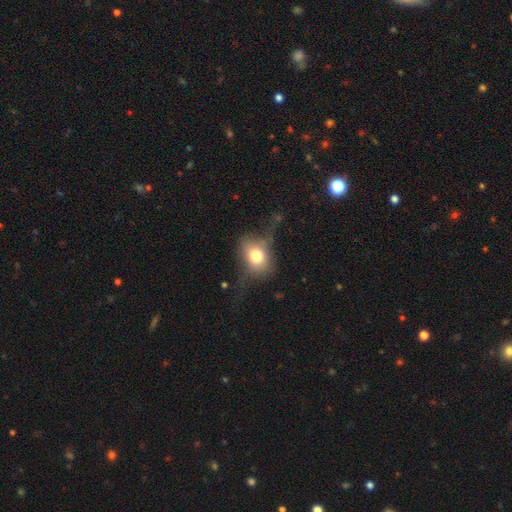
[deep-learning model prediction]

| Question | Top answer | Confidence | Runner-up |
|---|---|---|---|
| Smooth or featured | smooth | 67% | featured or disk (24%) |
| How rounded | in between | 55% | round (43%) |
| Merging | none | 44% | minor disturbance (27%) |